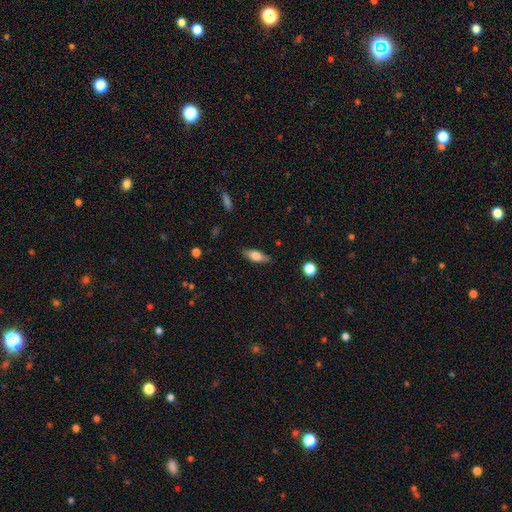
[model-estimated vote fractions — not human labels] smooth-or-featured: smooth: 69% | featured or disk: 24% | star or artifact: 7%
  how-rounded: in between: 68% | cigar-shaped: 29% | round: 3%
  merging: none: 83% | minor disturbance: 13% | major disturbance: 3% | merger: 1%